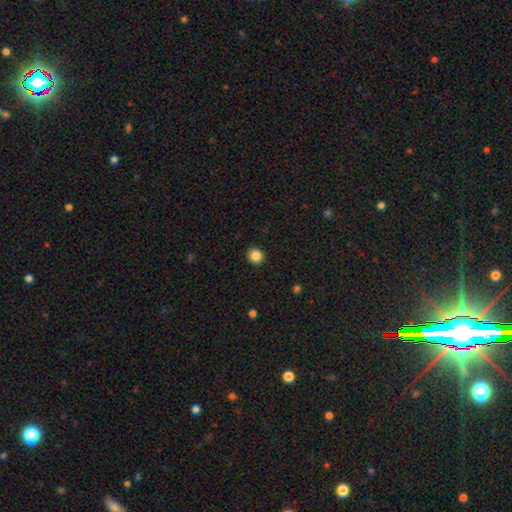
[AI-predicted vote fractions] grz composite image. It shows a smooth galaxy with no disk features (85%) that is round (82%). Merging: none (92%).